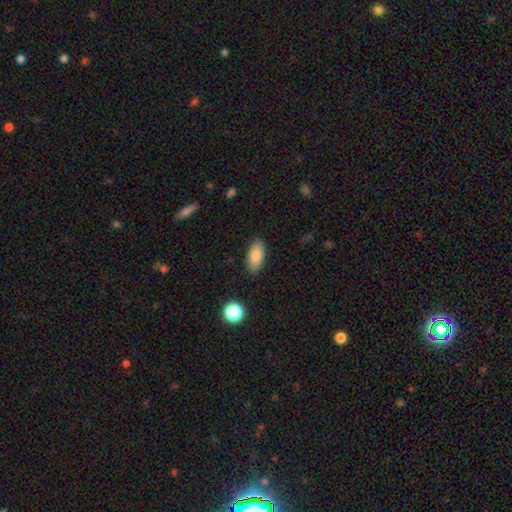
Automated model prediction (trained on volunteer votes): Q: Smooth or featured?
A: smooth (85%); runner-up: featured or disk (8%)
Q: How rounded?
A: in between (90%); runner-up: cigar-shaped (7%)
Q: Merging?
A: none (84%); runner-up: minor disturbance (12%)